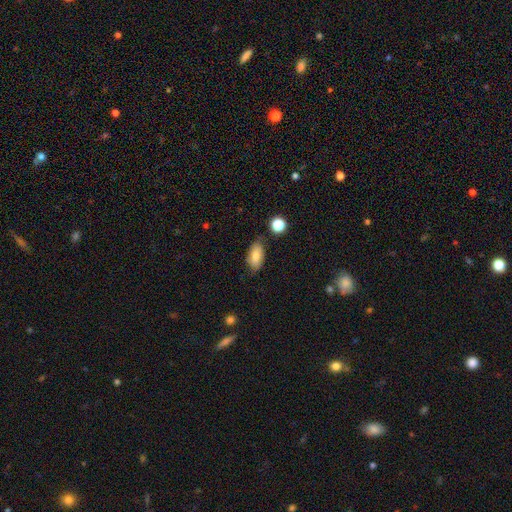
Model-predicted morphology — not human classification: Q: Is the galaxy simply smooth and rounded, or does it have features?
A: smooth — 81%.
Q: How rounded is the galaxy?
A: in between — 91%.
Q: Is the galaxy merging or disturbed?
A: none — 77%.